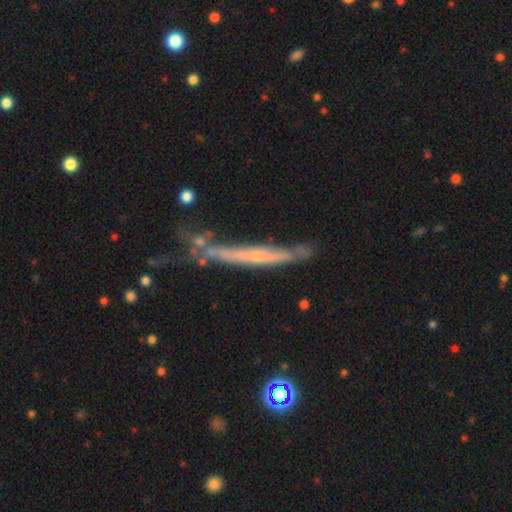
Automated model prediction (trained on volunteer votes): Smooth or featured? Predicted: featured or disk (p=0.67). Edge-on disk? Predicted: yes (p=0.87). Edge-on bulge? Predicted: none (p=0.54). Merging? Predicted: none (p=0.49).